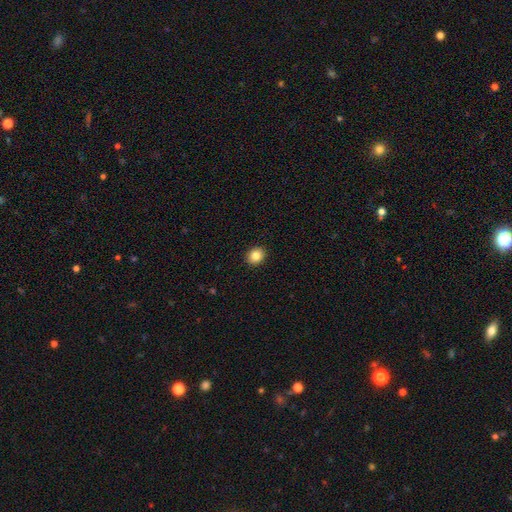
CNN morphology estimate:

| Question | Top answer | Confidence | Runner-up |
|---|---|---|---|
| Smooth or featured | smooth | 84% | star or artifact (10%) |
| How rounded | round | 68% | in between (31%) |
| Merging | none | 92% | minor disturbance (5%) |